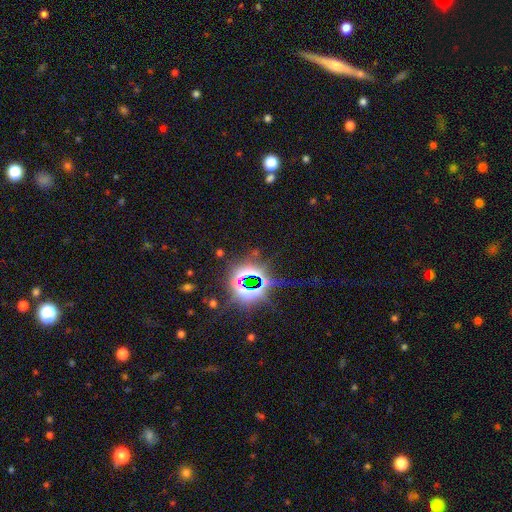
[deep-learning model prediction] smooth_or_featured: star or artifact (p=0.79) [alt: smooth p=0.10]